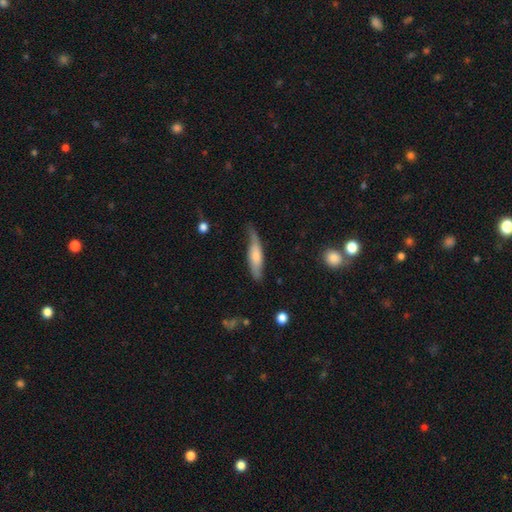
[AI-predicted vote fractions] smooth-or-featured: smooth: 57% | featured or disk: 38% | star or artifact: 5%
  how-rounded: cigar-shaped: 64% | in between: 33% | round: 2%
  merging: none: 51% | minor disturbance: 35% | major disturbance: 11% | merger: 3%